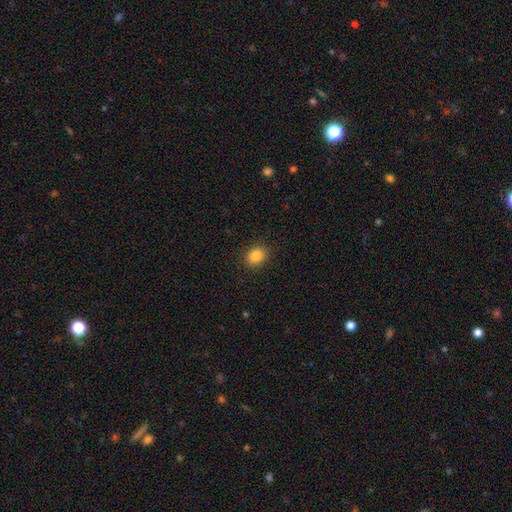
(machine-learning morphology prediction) The model was most divided on "how rounded": round: 52%, in between: 47%, cigar-shaped: 1%. More confident: merging — none (89%); smooth or featured — smooth (86%).